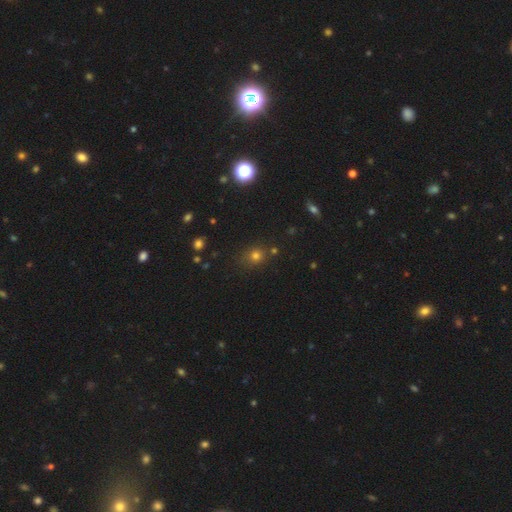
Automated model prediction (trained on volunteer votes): The model was most divided on "smooth or featured": smooth: 71%, star or artifact: 21%, featured or disk: 8%. More confident: how rounded — round (76%); merging — none (75%).